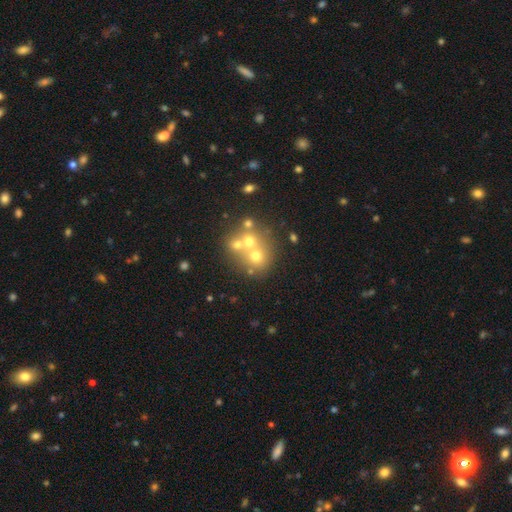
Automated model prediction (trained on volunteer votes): Morphology: type=smooth (56%); roundness=round (79%); merging=merger (49%).